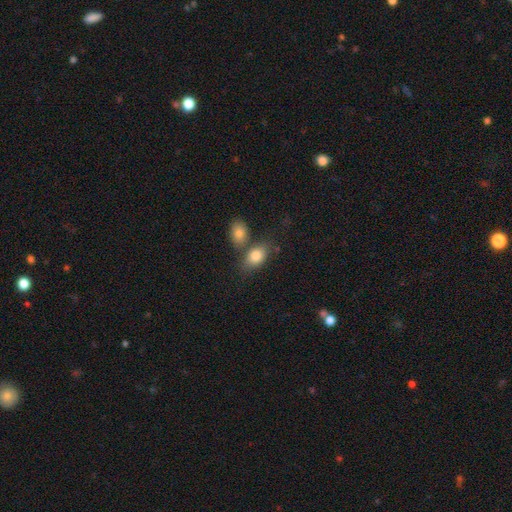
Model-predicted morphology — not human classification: smooth 82%, featured or disk 10%, star or artifact 8%. Down the decision tree: how rounded — in between (83%); merging — none (52%).